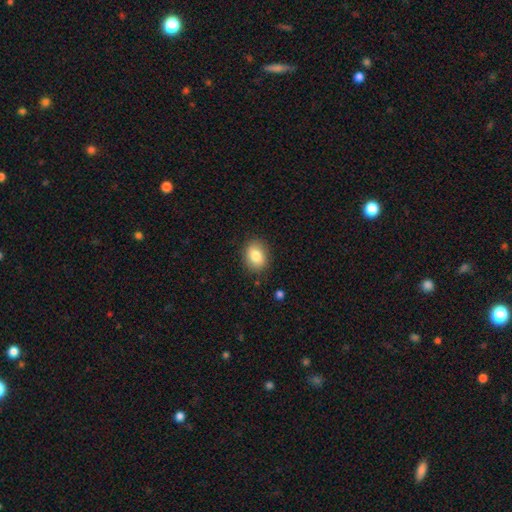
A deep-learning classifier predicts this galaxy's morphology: Smooth or featured: smooth — 83% (featured or disk — 9%)
How rounded: in between — 62% (round — 36%)
Merging: none — 86% (minor disturbance — 10%)